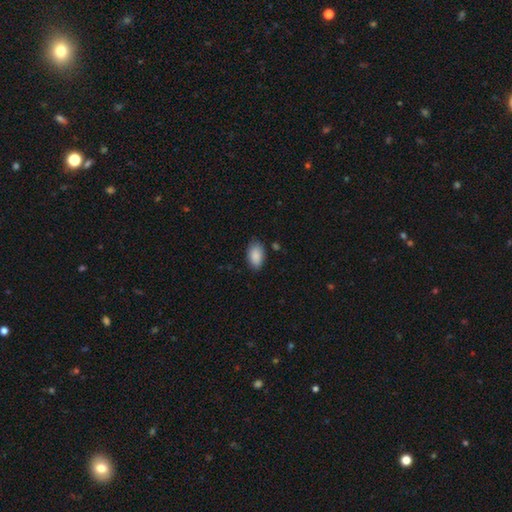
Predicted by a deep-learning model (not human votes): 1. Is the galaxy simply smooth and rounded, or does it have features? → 89% smooth, 6% star or artifact, 5% featured or disk.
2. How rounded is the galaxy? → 93% in between, 6% round, 1% cigar-shaped.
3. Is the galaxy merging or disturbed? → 80% none, 15% minor disturbance, 3% major disturbance, 2% merger.